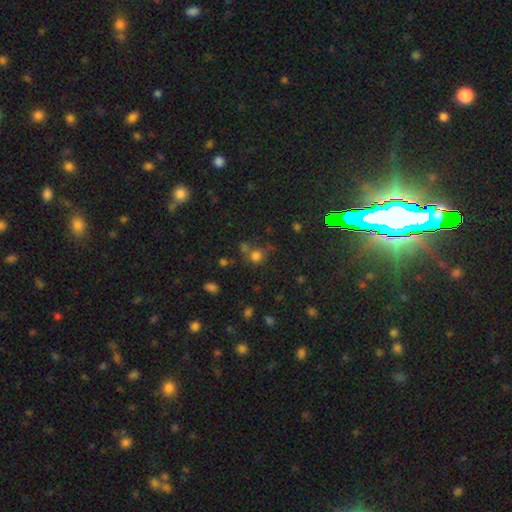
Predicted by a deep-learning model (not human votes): Q: Smooth or featured?
A: smooth (72%); runner-up: star or artifact (21%)
Q: How rounded?
A: round (85%); runner-up: in between (14%)
Q: Merging?
A: none (57%); runner-up: merger (22%)